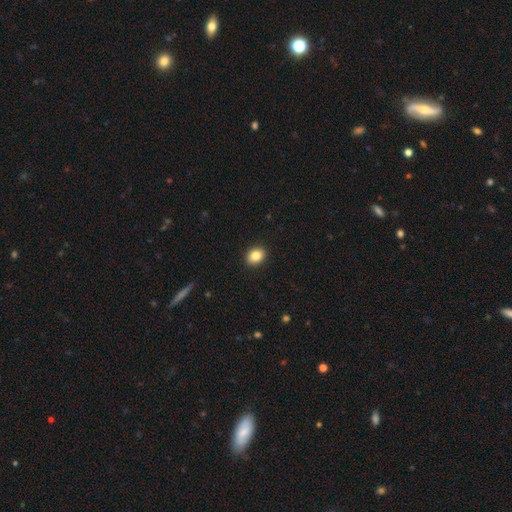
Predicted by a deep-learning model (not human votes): Smooth or featured?
  - smooth: 85% *
  - star or artifact: 9%
  - featured or disk: 6%
How rounded?
  - in between: 59% *
  - round: 40%
  - cigar-shaped: 1%
Merging?
  - none: 91% *
  - minor disturbance: 6%
  - major disturbance: 2%
  - merger: 1%